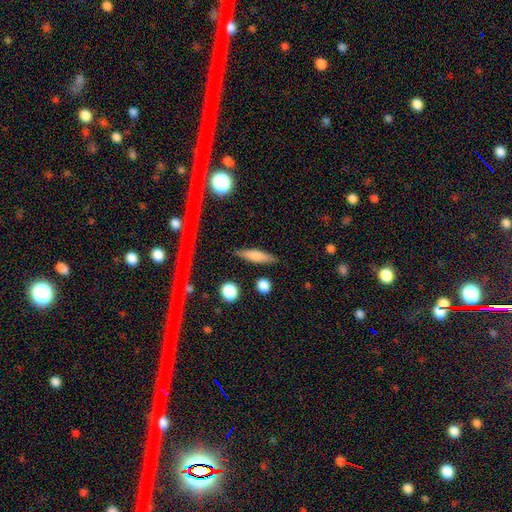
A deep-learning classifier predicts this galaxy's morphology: A smooth galaxy with no disk features (61%) that is cigar-shaped (70%).

Vote fractions:
- Smooth or featured? smooth: 61% / featured or disk: 31% / star or artifact: 8%
- How rounded? cigar-shaped: 70% / in between: 27% / round: 3%
- Merging? none: 83% / minor disturbance: 11% / merger: 3% / major disturbance: 3%